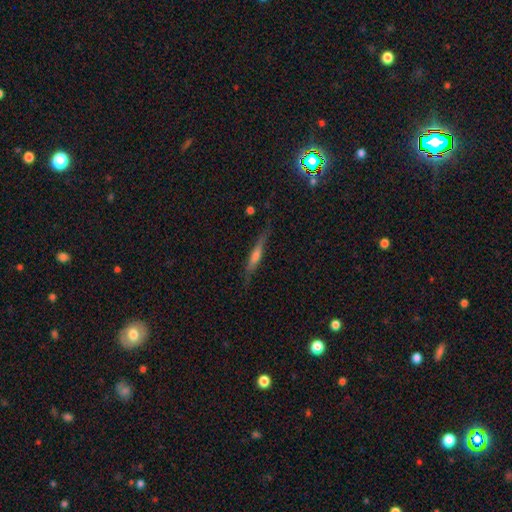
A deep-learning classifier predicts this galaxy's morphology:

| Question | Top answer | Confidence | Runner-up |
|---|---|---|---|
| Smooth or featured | featured or disk | 56% | smooth (35%) |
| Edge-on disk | yes | 95% | no (5%) |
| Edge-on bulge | rounded | 57% | none (26%) |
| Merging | none | 80% | minor disturbance (15%) |